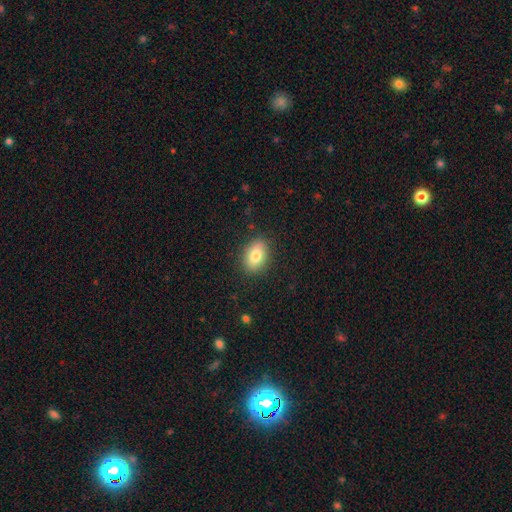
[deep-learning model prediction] Smooth or featured?
  - smooth: 81% *
  - featured or disk: 12%
  - star or artifact: 8%
How rounded?
  - in between: 82% *
  - round: 17%
  - cigar-shaped: 2%
Merging?
  - none: 86% *
  - minor disturbance: 10%
  - major disturbance: 3%
  - merger: 1%